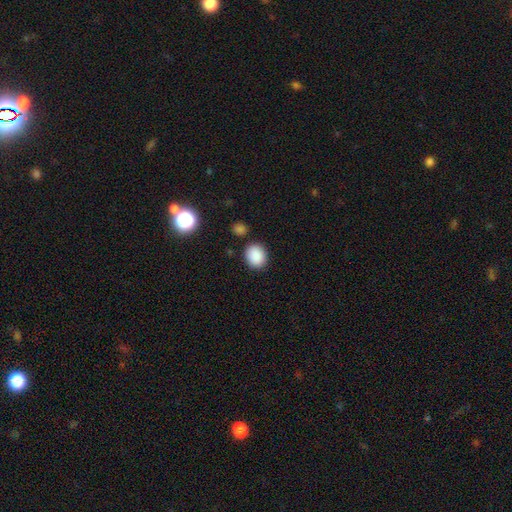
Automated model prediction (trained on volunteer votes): Morphology: type=smooth (88%); roundness=round (61%); merging=none (83%).